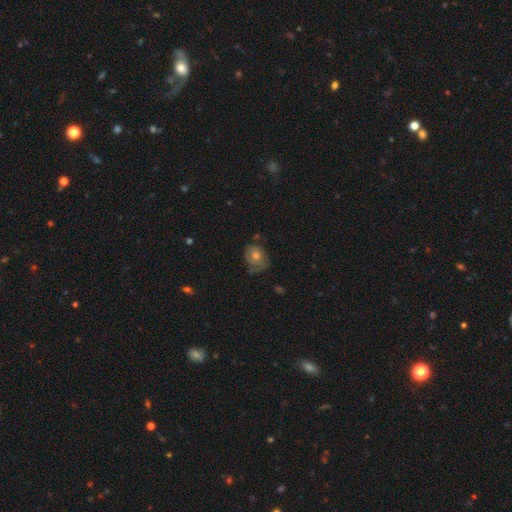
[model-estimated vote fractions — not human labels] Smooth or featured?
  - smooth: 52% *
  - featured or disk: 35%
  - star or artifact: 13%
How rounded?
  - round: 58% *
  - in between: 41%
  - cigar-shaped: 1%
Merging?
  - none: 58% *
  - minor disturbance: 28%
  - major disturbance: 12%
  - merger: 2%